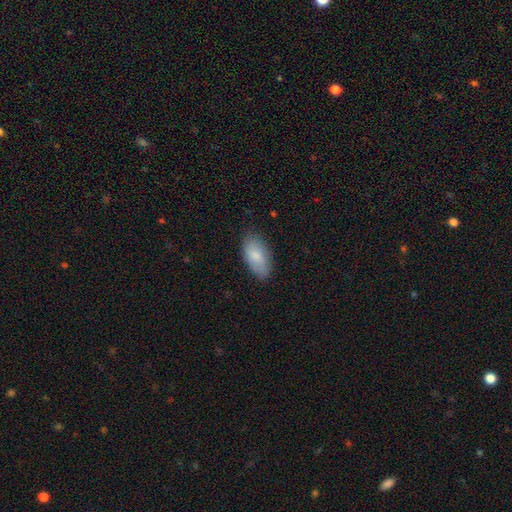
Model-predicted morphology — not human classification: smooth_or_featured: smooth (p=0.82) [alt: featured or disk p=0.12]
how_rounded: in between (p=0.93) [alt: cigar-shaped p=0.04]
merging: none (p=0.80) [alt: minor disturbance p=0.16]